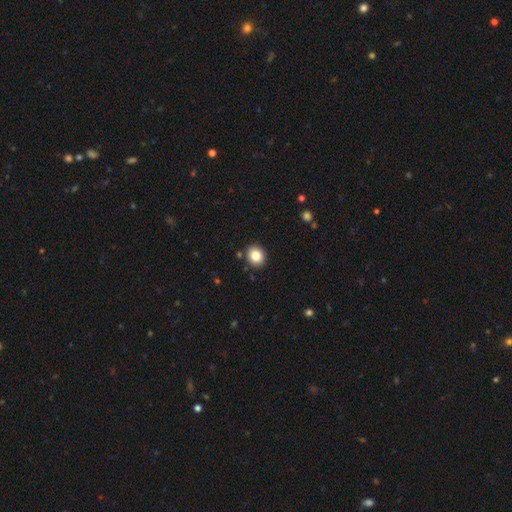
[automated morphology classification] The model was most divided on "how rounded": round: 76%, in between: 23%, cigar-shaped: 1%. More confident: merging — none (89%); smooth or featured — smooth (83%).